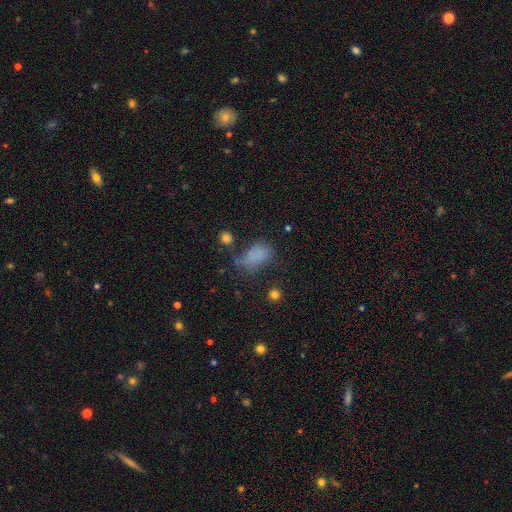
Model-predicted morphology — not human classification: Smooth or featured? smooth (72%)
How rounded? in between (85%)
Merging? none (40%)